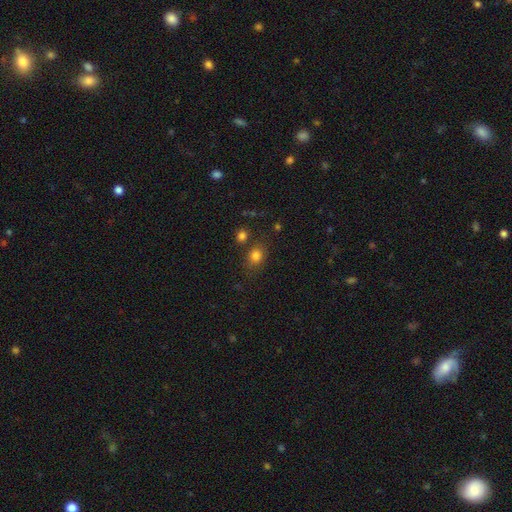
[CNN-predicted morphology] smooth_or_featured: smooth (p=0.81) [alt: star or artifact p=0.13]
how_rounded: round (p=0.55) [alt: in between p=0.44]
merging: none (p=0.72) [alt: minor disturbance p=0.14]